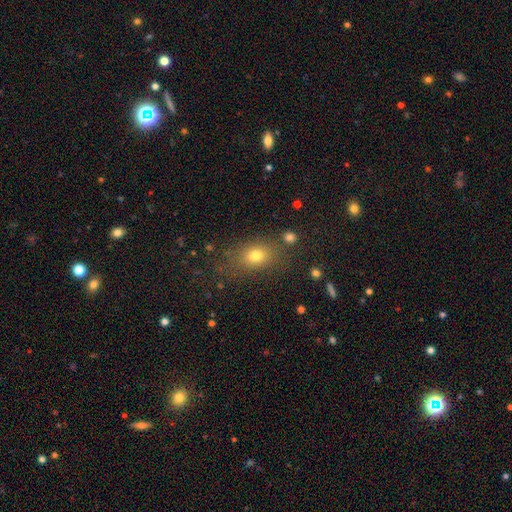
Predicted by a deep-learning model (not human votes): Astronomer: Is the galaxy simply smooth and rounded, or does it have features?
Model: smooth — 74%.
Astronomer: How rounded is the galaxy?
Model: in between — 66%.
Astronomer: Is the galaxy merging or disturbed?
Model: none — 73%.